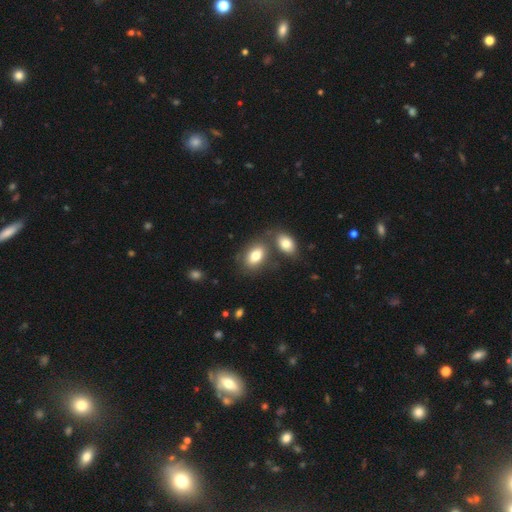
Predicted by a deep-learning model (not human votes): smooth_or_featured: smooth (p=0.78) [alt: featured or disk p=0.14]
how_rounded: in between (p=0.87) [alt: round p=0.11]
merging: none (p=0.52) [alt: merger p=0.31]